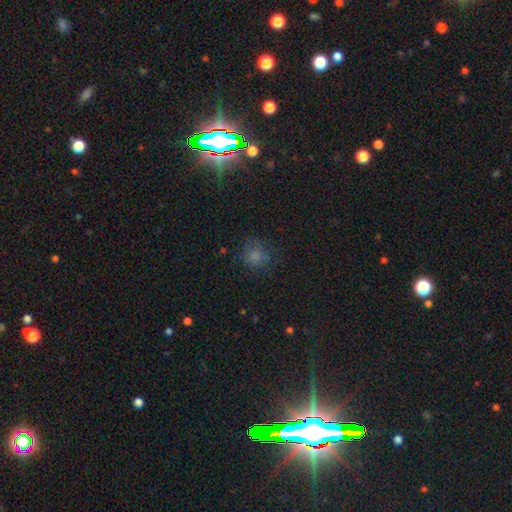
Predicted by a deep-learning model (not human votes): Smooth or featured: smooth — 71% (star or artifact — 18%)
How rounded: round — 79% (in between — 20%)
Merging: none — 67% (minor disturbance — 19%)